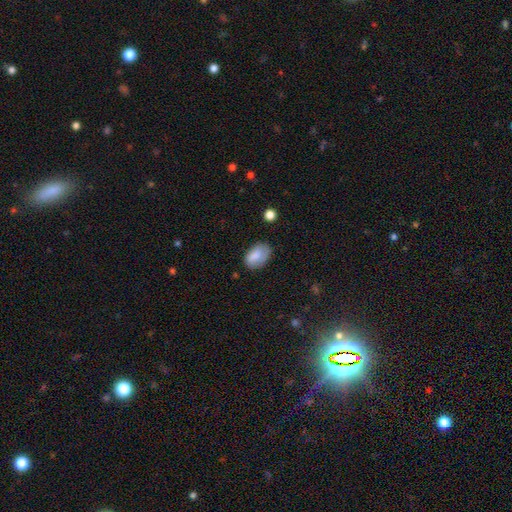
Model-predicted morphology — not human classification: smooth 80%, featured or disk 12%, star or artifact 8%. Down the decision tree: how rounded — in between (88%); merging — none (63%).